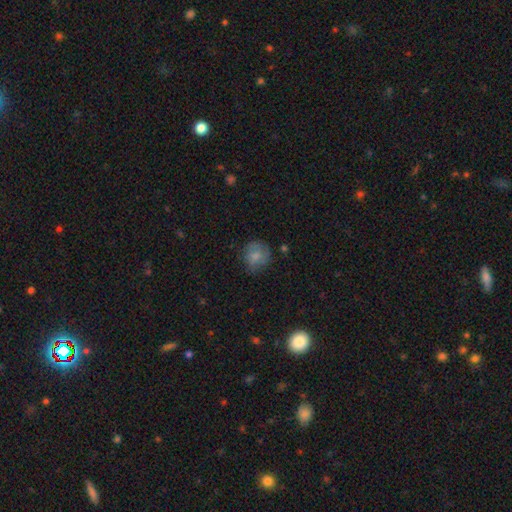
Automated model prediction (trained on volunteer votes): Overall: smooth (76%). How rounded: round (86%). Merging: none (69%).